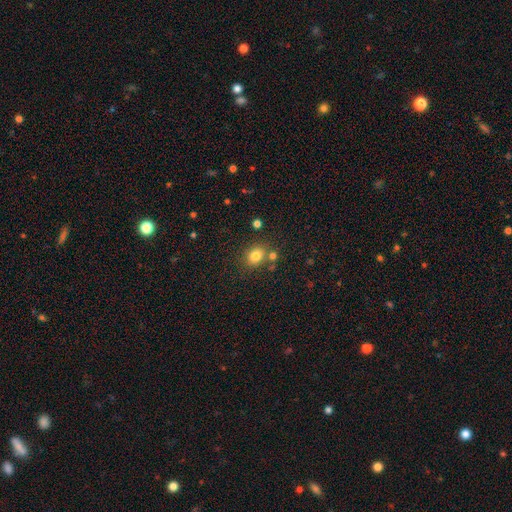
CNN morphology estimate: smooth 80%, star or artifact 12%, featured or disk 8%. Down the decision tree: how rounded — round (56%); merging — none (72%).